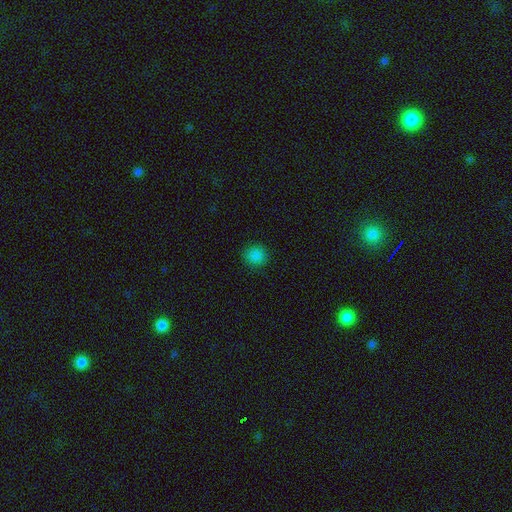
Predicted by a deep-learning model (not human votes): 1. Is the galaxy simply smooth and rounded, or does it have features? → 84% smooth, 13% star or artifact, 3% featured or disk.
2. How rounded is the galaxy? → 90% round, 9% in between, 1% cigar-shaped.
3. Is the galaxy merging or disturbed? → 90% none, 6% minor disturbance, 2% major disturbance, 1% merger.